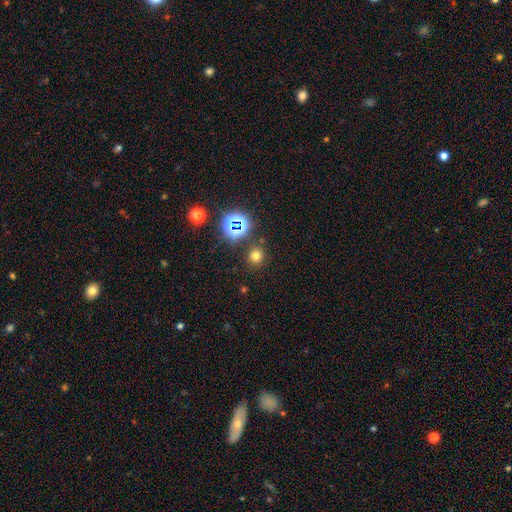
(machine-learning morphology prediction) This appears to be a smooth galaxy with no disk features (68%) that is round (88%). Merging: none (85%).